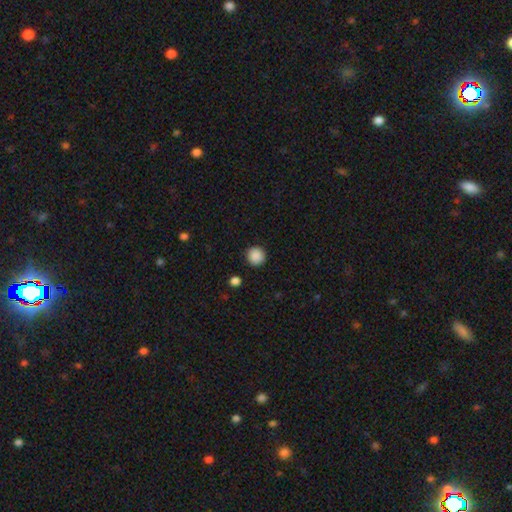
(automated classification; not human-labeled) Q: Smooth or featured?
A: smooth (89%); runner-up: star or artifact (9%)
Q: How rounded?
A: round (94%); runner-up: in between (5%)
Q: Merging?
A: none (91%); runner-up: minor disturbance (5%)